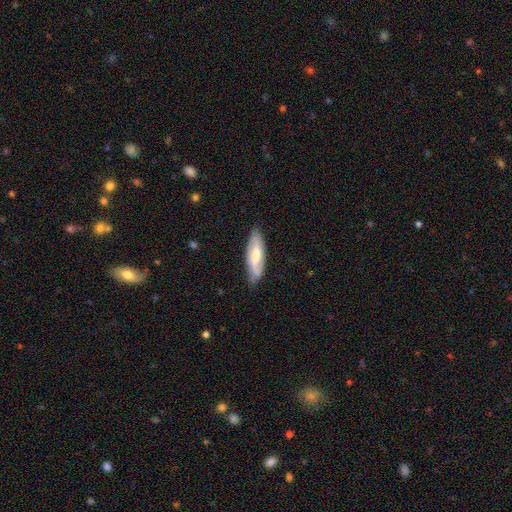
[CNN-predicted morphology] A featured or disk galaxy (48%). Merging: none (77%).